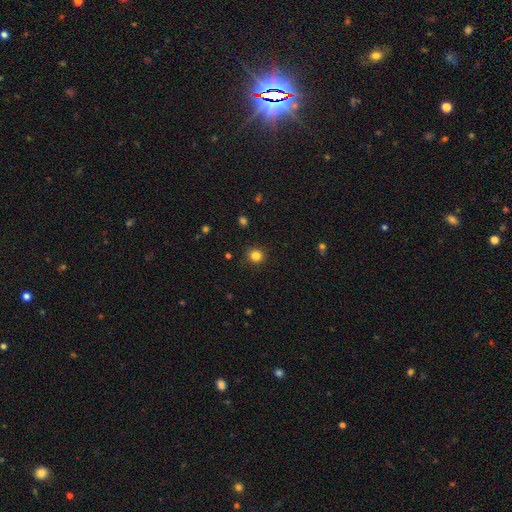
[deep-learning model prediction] A smooth galaxy with no disk features (84%) that is round (91%). Merging: none (90%).